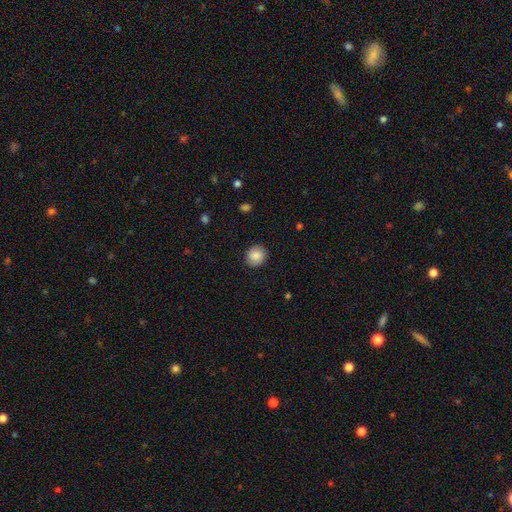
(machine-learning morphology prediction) Smooth or featured? smooth (86%)
How rounded? round (84%)
Merging? none (89%)